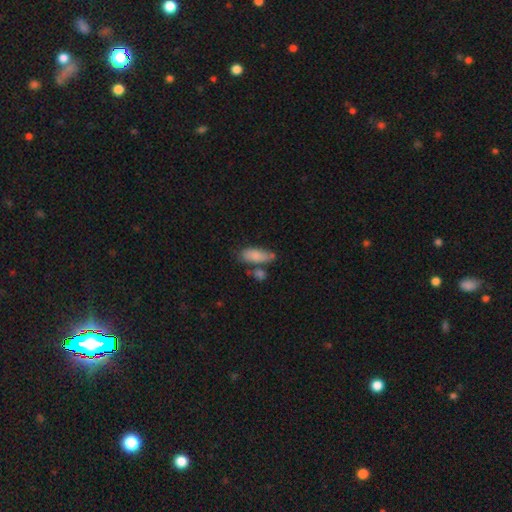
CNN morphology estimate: smooth-or-featured: smooth: 81% | featured or disk: 12% | star or artifact: 7%
  how-rounded: in between: 80% | cigar-shaped: 18% | round: 3%
  merging: none: 52% | minor disturbance: 21% | merger: 20% | major disturbance: 7%